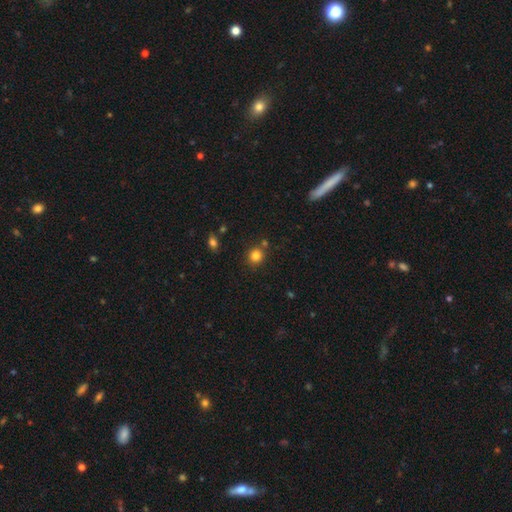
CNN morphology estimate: smooth 82%, star or artifact 12%, featured or disk 5%. Down the decision tree: how rounded — round (84%); merging — none (79%).